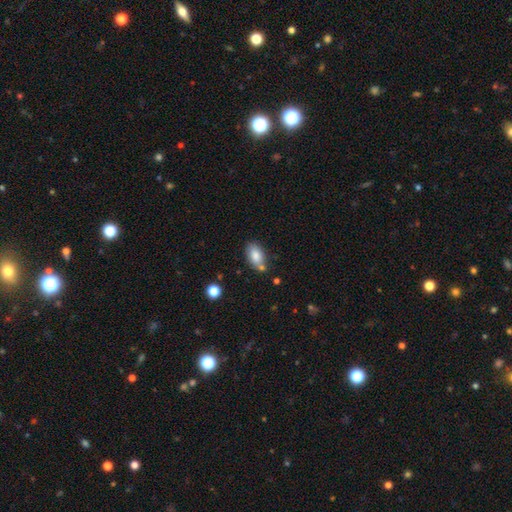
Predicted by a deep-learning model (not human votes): Smooth or featured?
  - smooth: 82% *
  - featured or disk: 10%
  - star or artifact: 8%
How rounded?
  - in between: 91% *
  - round: 6%
  - cigar-shaped: 2%
Merging?
  - none: 65% *
  - minor disturbance: 18%
  - merger: 13%
  - major disturbance: 4%